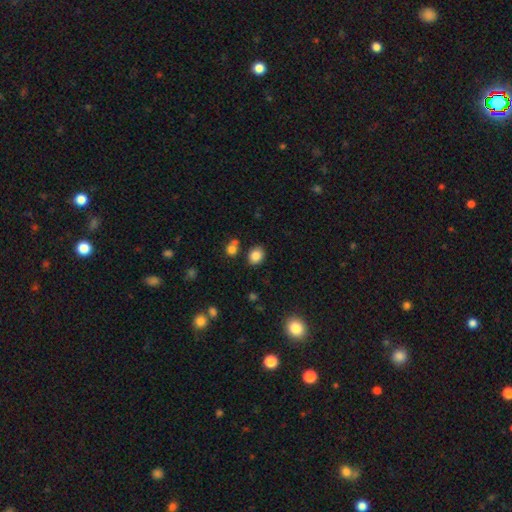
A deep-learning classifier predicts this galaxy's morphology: Smooth or featured? Predicted: smooth (p=0.84). How rounded? Predicted: round (p=0.54). Merging? Predicted: none (p=0.80).